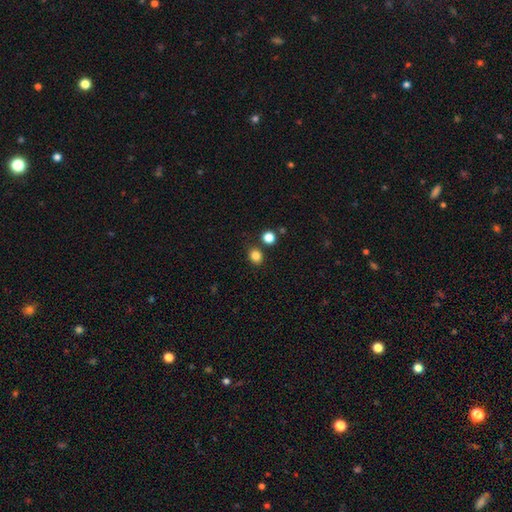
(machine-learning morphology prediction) A smooth galaxy with no disk features (83%) that is round (65%). Merging: none (82%).